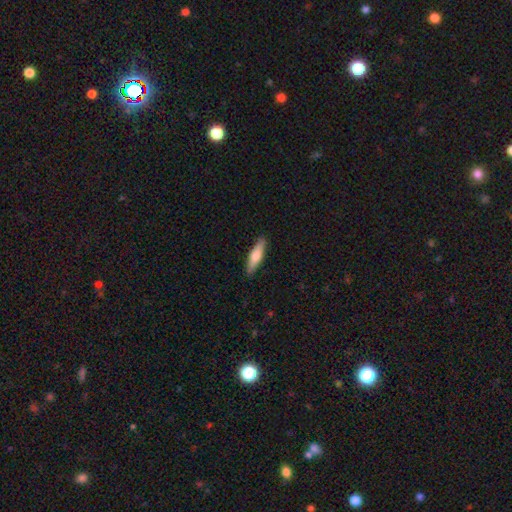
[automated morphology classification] type=smooth (65%); roundness=cigar-shaped (74%); merging=none (90%).